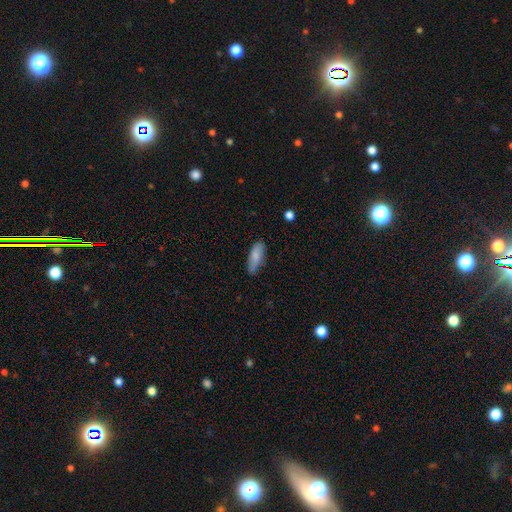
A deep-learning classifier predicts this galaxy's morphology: Overall: smooth (82%). How rounded: in between (69%). Merging: none (76%).